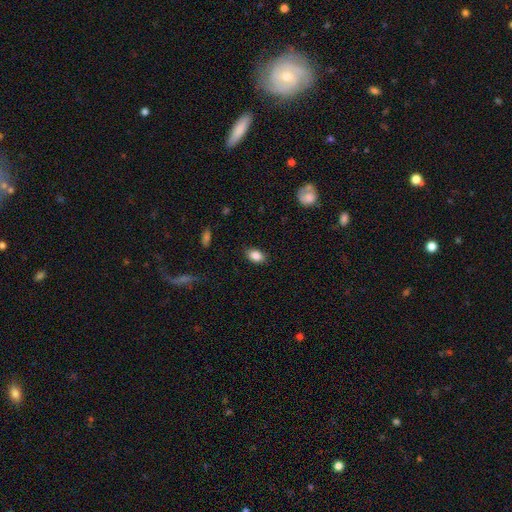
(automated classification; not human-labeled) Q: Smooth or featured?
A: smooth (86%); runner-up: star or artifact (8%)
Q: How rounded?
A: in between (84%); runner-up: round (14%)
Q: Merging?
A: none (86%); runner-up: minor disturbance (11%)